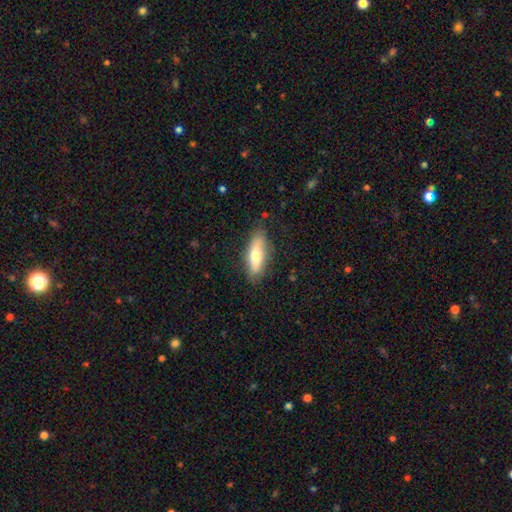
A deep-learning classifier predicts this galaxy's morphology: This appears to be a smooth galaxy with no disk features (63%) that is in between round and cigar-shaped (54%). Merging: none (81%).